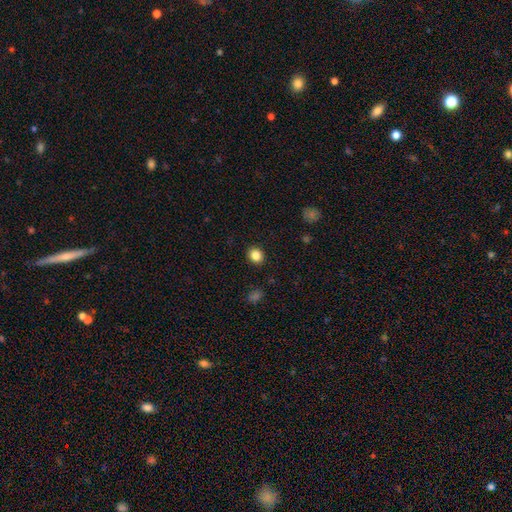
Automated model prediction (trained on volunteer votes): Q: Smooth or featured?
A: smooth (85%); runner-up: star or artifact (11%)
Q: How rounded?
A: round (75%); runner-up: in between (24%)
Q: Merging?
A: none (91%); runner-up: minor disturbance (6%)